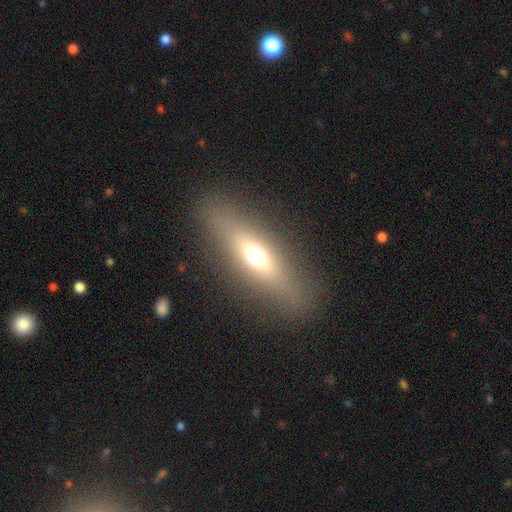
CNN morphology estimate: Smooth or featured? smooth (50%)
How rounded? cigar-shaped (56%)
Merging? none (85%)